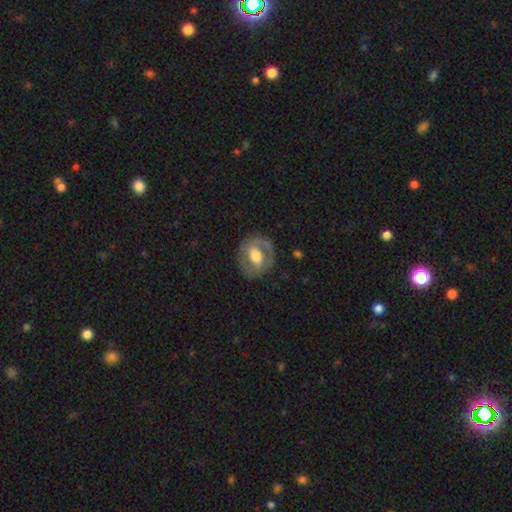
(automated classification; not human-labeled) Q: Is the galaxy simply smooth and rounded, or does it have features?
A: featured or disk — 62%.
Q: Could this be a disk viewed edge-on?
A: no — 96%.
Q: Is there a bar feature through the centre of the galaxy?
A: no — 42%.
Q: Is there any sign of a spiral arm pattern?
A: yes — 58%.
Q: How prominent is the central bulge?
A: moderate — 59%.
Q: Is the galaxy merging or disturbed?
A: none — 78%.